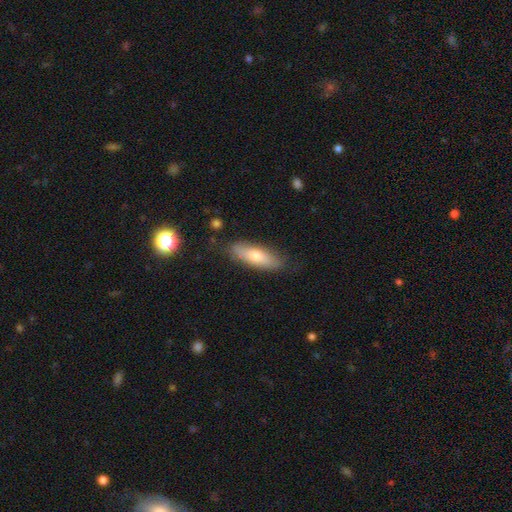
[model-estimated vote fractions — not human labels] Smooth or featured: smooth — 64% (featured or disk — 29%)
How rounded: in between — 52% (cigar-shaped — 45%)
Merging: none — 81% (minor disturbance — 15%)